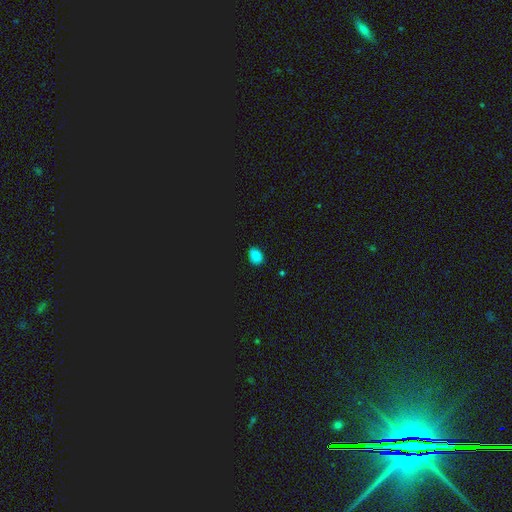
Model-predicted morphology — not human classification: Q: Smooth or featured?
A: smooth (74%); runner-up: star or artifact (22%)
Q: How rounded?
A: in between (70%); runner-up: round (28%)
Q: Merging?
A: none (81%); runner-up: minor disturbance (15%)